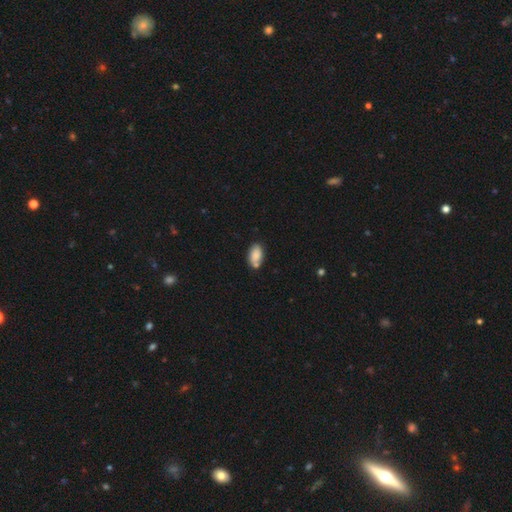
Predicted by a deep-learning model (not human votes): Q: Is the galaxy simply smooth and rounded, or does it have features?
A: smooth — 83%.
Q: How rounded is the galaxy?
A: in between — 93%.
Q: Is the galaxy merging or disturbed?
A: none — 63%.